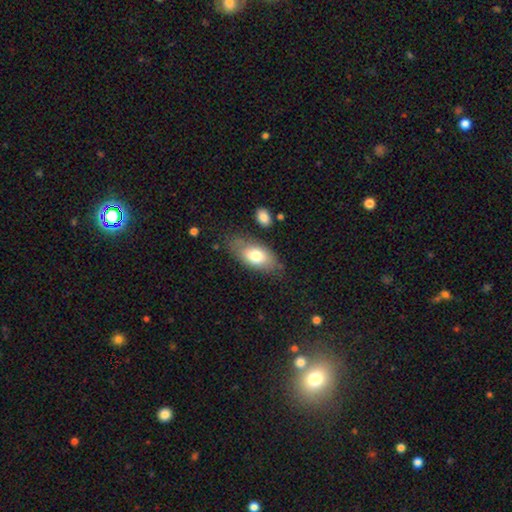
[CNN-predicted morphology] Smooth or featured?
  - smooth: 73% *
  - featured or disk: 20%
  - star or artifact: 7%
How rounded?
  - in between: 89% *
  - round: 5%
  - cigar-shaped: 5%
Merging?
  - none: 68% *
  - minor disturbance: 21%
  - major disturbance: 7%
  - merger: 5%